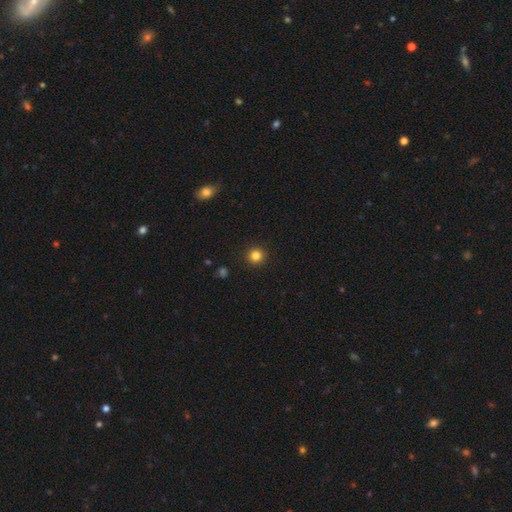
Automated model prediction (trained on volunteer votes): Morphology: type=smooth (84%); roundness=round (95%); merging=none (92%).